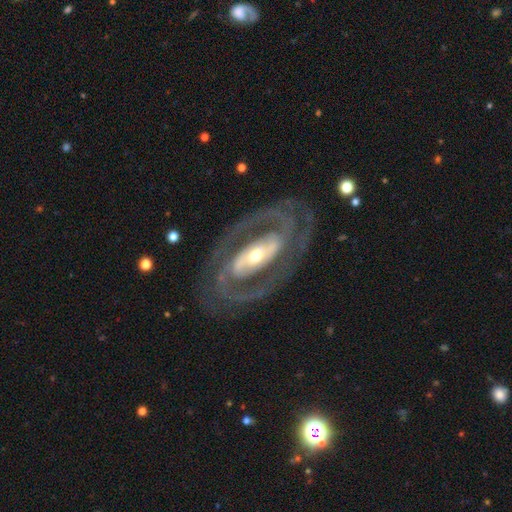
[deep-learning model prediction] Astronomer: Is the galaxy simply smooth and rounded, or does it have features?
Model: featured or disk — 89%.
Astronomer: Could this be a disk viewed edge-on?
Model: no — 94%.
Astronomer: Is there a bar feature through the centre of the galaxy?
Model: strong — 51%.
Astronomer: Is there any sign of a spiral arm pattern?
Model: yes — 89%.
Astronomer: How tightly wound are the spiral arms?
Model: tight — 48% (runner-up: medium, 40%).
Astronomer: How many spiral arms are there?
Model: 2 — 80%.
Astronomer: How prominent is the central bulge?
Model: moderate — 55% (runner-up: small, 33%).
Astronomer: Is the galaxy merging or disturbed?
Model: none — 76%.